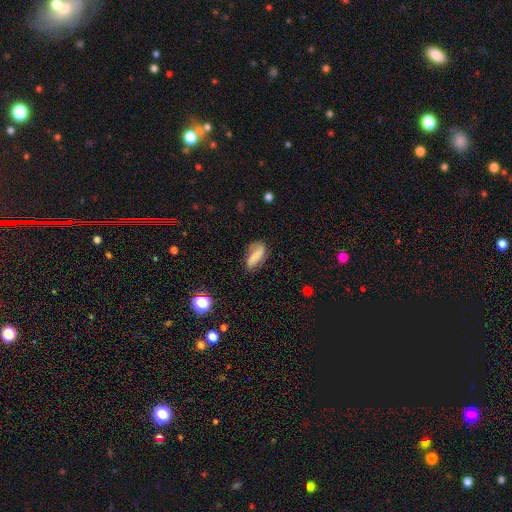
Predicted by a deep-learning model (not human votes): This appears to be a smooth galaxy with no disk features (60%) that is in between round and cigar-shaped (70%). Merging: none (62%).